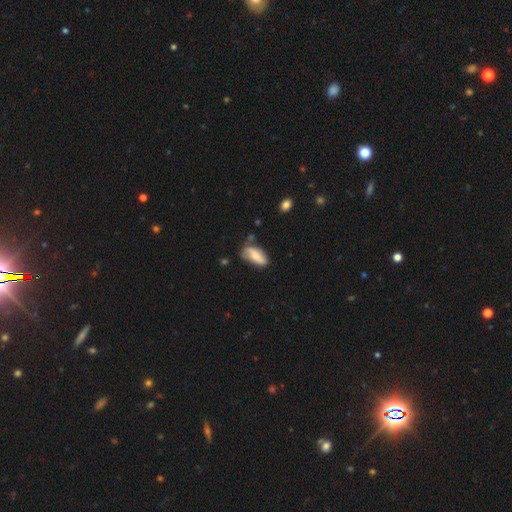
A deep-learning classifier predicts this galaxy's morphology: type=smooth (63%); roundness=in between (84%); merging=none (52%).